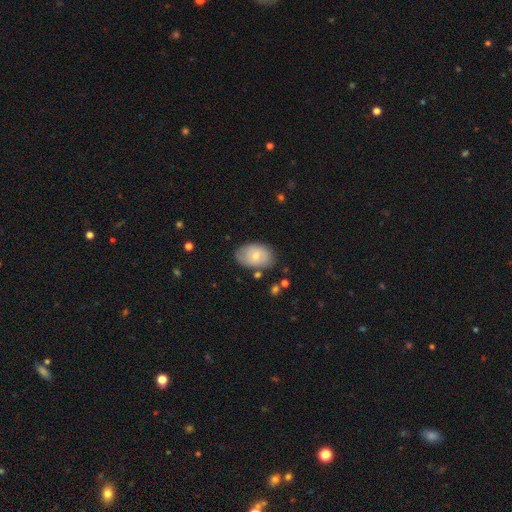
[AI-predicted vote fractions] This appears to be a smooth galaxy with no disk features (65%) that is in between round and cigar-shaped (87%). Merging: none (75%).